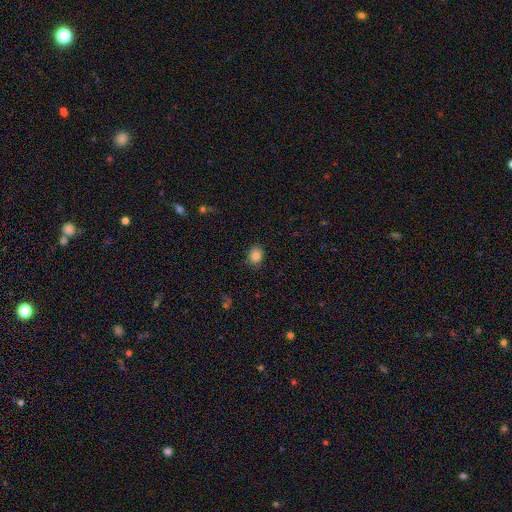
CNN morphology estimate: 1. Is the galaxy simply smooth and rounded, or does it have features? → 84% smooth, 10% star or artifact, 5% featured or disk.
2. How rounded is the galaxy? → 50% round, 49% in between, 1% cigar-shaped.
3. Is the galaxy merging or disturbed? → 84% none, 12% minor disturbance, 3% major disturbance, 1% merger.